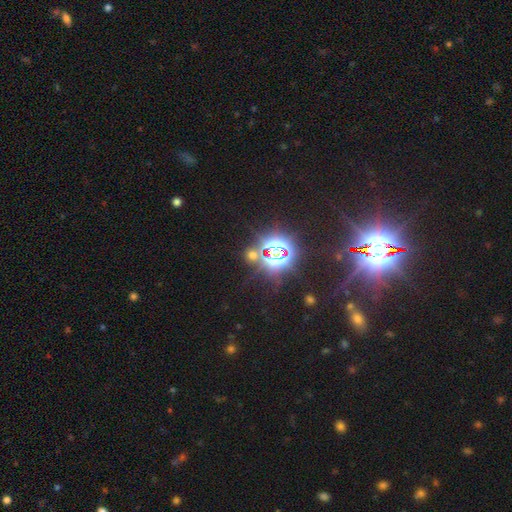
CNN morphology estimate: A star or artifact, not a galaxy (81%).